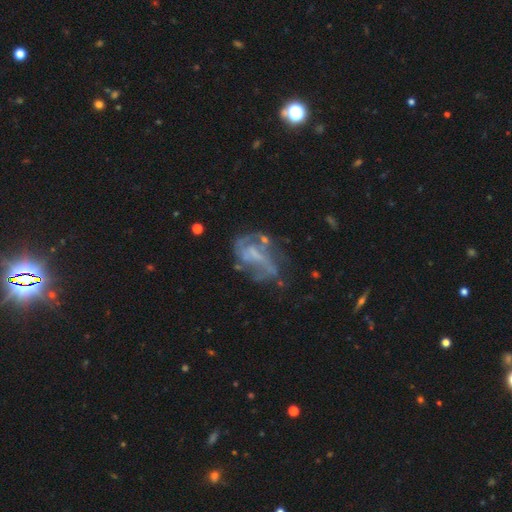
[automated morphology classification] smooth_or_featured: featured or disk (p=0.72) [alt: smooth p=0.16]
disk_edge_on: no (p=0.96) [alt: yes p=0.04]
bar: no (p=0.46) [alt: weak p=0.37]
has_spiral_arms: yes (p=0.65) [alt: no p=0.35]
bulge_size: none (p=0.50) [alt: small p=0.30]
merging: none (p=0.41) [alt: major disturbance p=0.29]